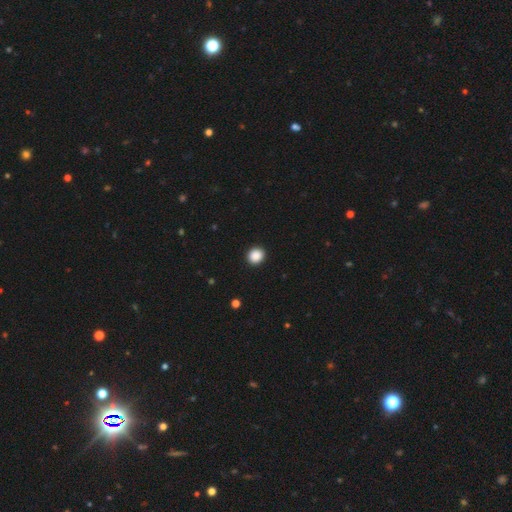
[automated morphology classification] A smooth galaxy with no disk features (89%) that is round (83%). Merging: none (92%).